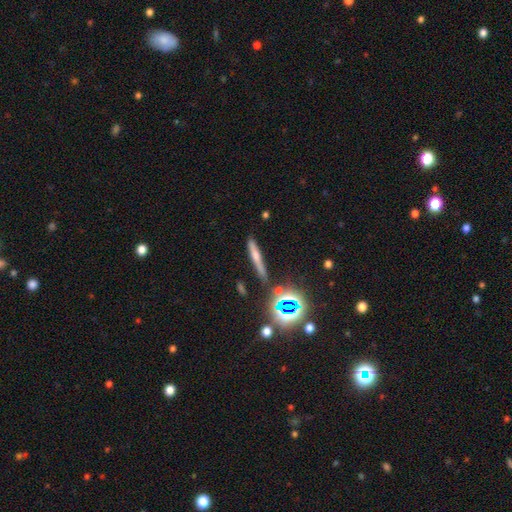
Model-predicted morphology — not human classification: Smooth or featured?
  - smooth: 40% *
  - featured or disk: 34%
  - star or artifact: 25%
Merging?
  - none: 81% *
  - minor disturbance: 10%
  - merger: 5%
  - major disturbance: 3%